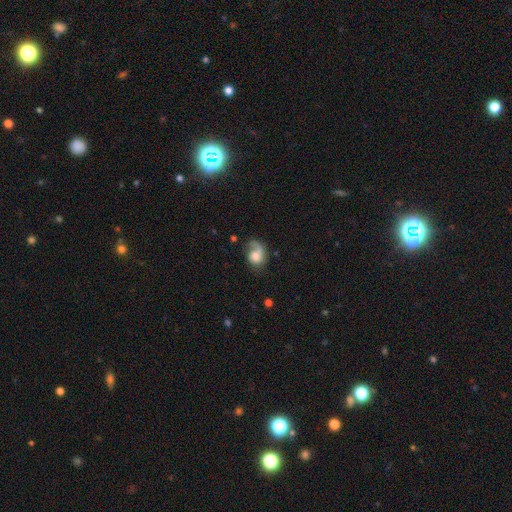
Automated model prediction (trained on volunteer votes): This is possibly a featured or disk galaxy (49%). Merging: marginally none (42%).